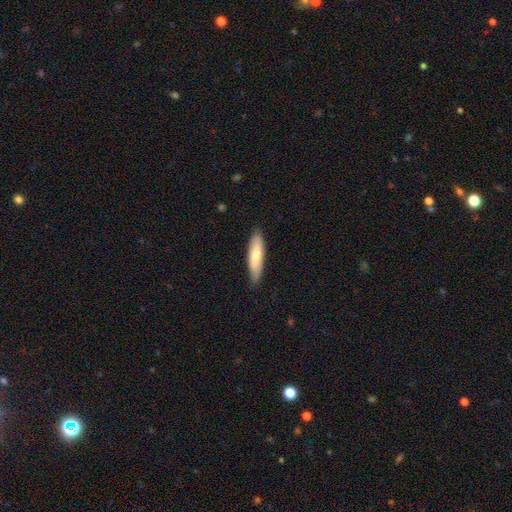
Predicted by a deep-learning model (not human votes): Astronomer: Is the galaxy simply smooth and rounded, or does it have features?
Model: smooth — 70%.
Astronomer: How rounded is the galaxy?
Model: cigar-shaped — 69%.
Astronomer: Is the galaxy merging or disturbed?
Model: none — 84%.